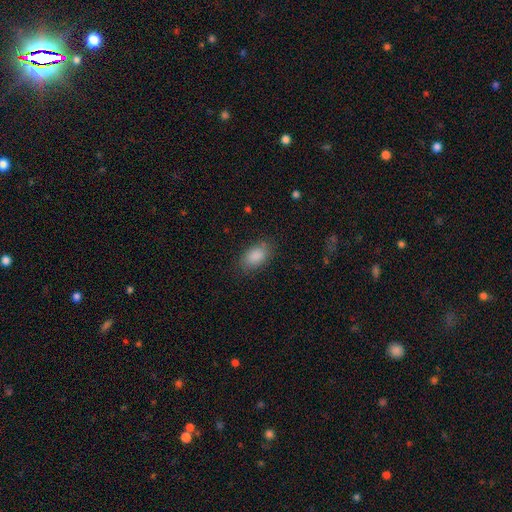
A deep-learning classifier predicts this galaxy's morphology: smooth-or-featured: smooth: 88% | star or artifact: 7% | featured or disk: 5%
  how-rounded: in between: 91% | round: 8% | cigar-shaped: 2%
  merging: none: 80% | minor disturbance: 14% | major disturbance: 5% | merger: 1%